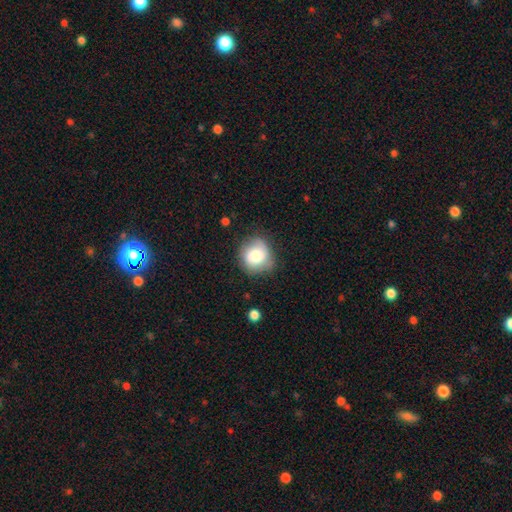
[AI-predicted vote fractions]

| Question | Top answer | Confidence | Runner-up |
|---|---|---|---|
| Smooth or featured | smooth | 70% | featured or disk (21%) |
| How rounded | round | 86% | in between (13%) |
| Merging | none | 73% | minor disturbance (20%) |